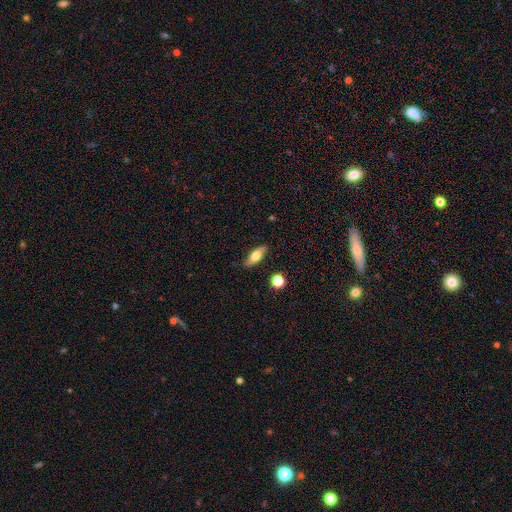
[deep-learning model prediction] Overall: smooth (63%; featured or disk 30%). How rounded: in between (64%; cigar-shaped 32%). Merging: none (85%).